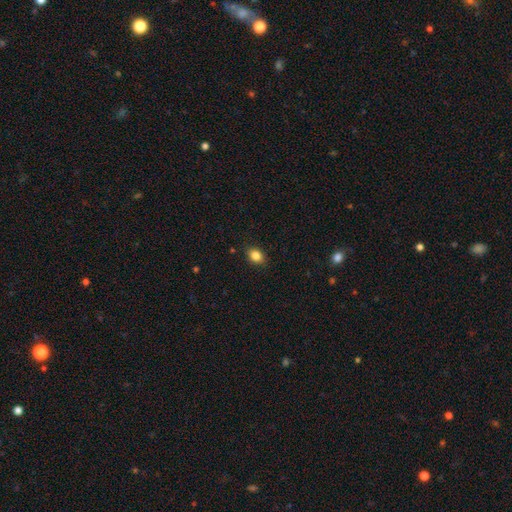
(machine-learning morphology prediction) This is clearly a smooth galaxy (85%). How rounded: likely in between (67%). Merging: clearly none (86%).